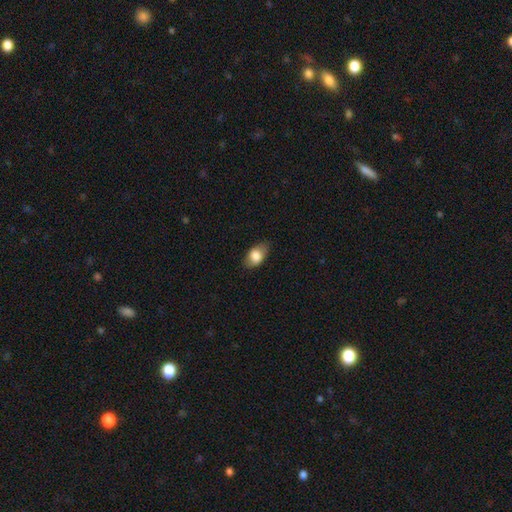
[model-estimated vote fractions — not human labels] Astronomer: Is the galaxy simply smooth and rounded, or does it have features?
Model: smooth — 78%.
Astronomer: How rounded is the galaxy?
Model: in between — 86%.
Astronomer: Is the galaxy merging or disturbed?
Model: none — 77%.